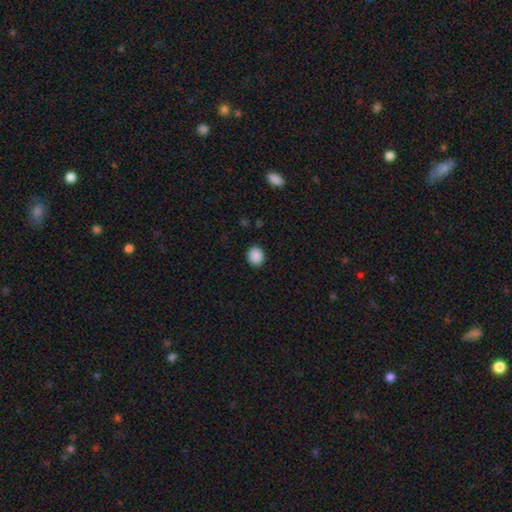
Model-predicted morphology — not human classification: Overall: smooth (89%). How rounded: round (60%; in between 40%). Merging: none (89%).